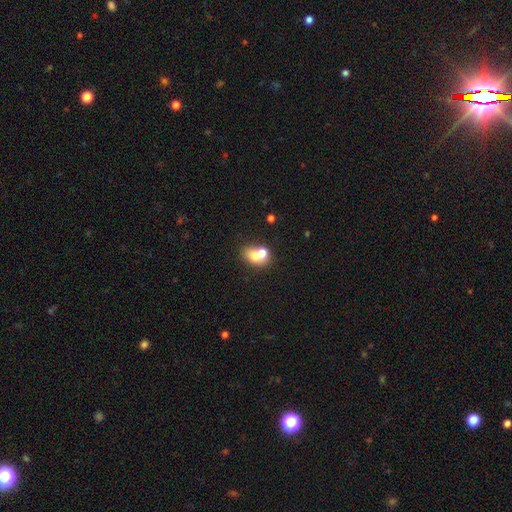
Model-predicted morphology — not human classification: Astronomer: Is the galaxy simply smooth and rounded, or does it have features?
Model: smooth — 68%.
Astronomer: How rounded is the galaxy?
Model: in between — 54% (runner-up: round, 45%).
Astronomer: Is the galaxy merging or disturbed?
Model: merger — 54% (runner-up: none, 33%).